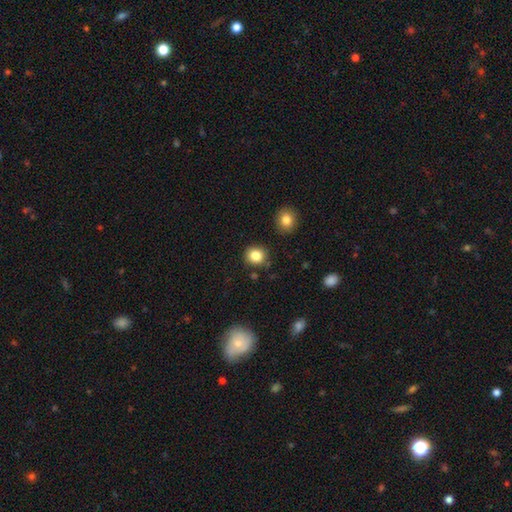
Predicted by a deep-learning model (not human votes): smooth_or_featured: smooth (p=0.84) [alt: star or artifact p=0.10]
how_rounded: round (p=0.83) [alt: in between p=0.16]
merging: none (p=0.85) [alt: minor disturbance p=0.09]